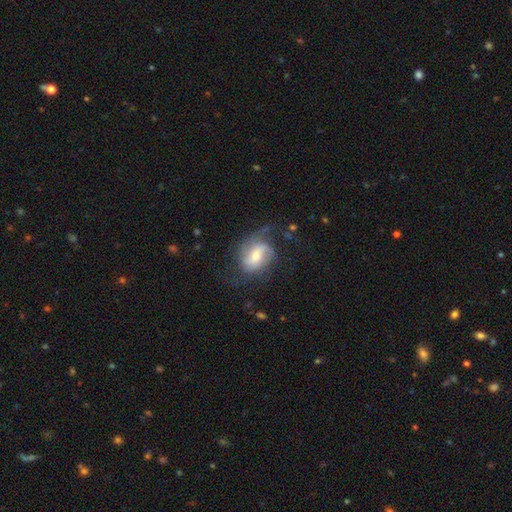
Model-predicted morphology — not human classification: Smooth or featured? featured or disk (66%)
Edge-on disk? no (96%)
Bar? weak (47%)
Spiral arms? yes (88%)
Spiral winding? medium (42%)
Spiral arm count? 2 (56%)
Bulge size? moderate (50%)
Merging? none (52%)